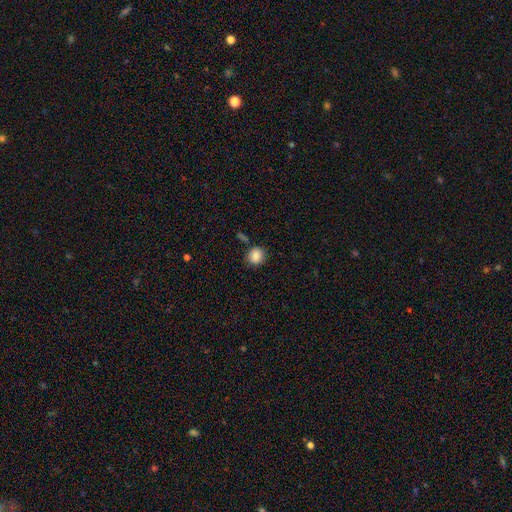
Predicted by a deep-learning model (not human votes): Smooth or featured? Predicted: smooth (p=0.86). How rounded? Predicted: round (p=0.82). Merging? Predicted: none (p=0.82).